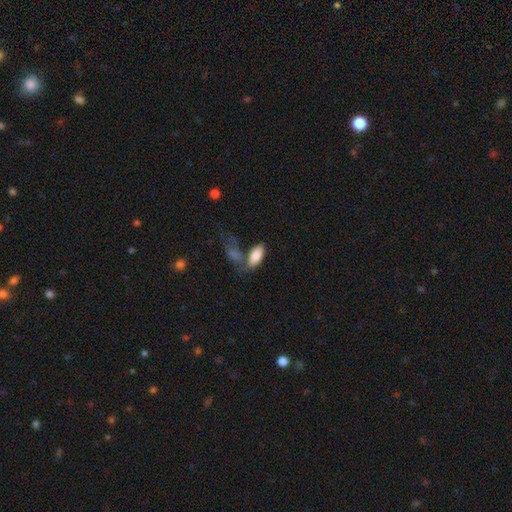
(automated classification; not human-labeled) A smooth galaxy with no disk features (84%) that is in between round and cigar-shaped (89%). Merging: none (46%).